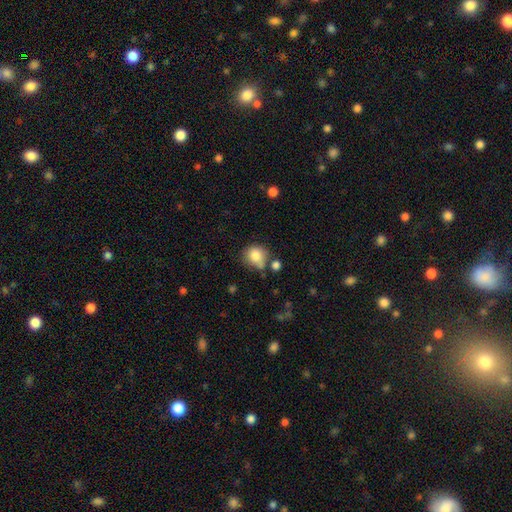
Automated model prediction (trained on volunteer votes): smooth-or-featured: smooth: 82% | star or artifact: 10% | featured or disk: 9%
  how-rounded: round: 77% | in between: 22% | cigar-shaped: 1%
  merging: none: 57% | minor disturbance: 22% | merger: 14% | major disturbance: 7%